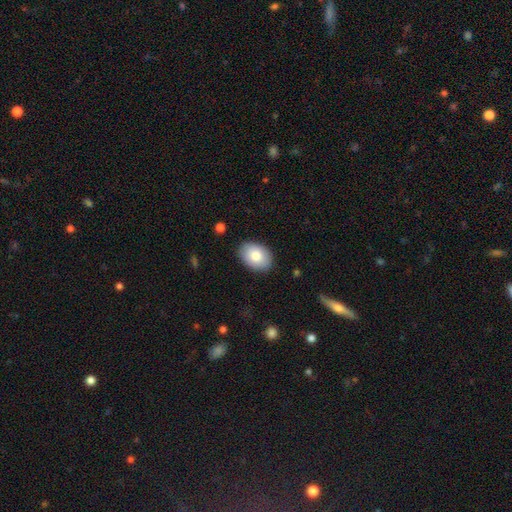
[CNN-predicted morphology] This is clearly a smooth galaxy (83%). How rounded: clearly in between (84%). Merging: clearly none (87%).